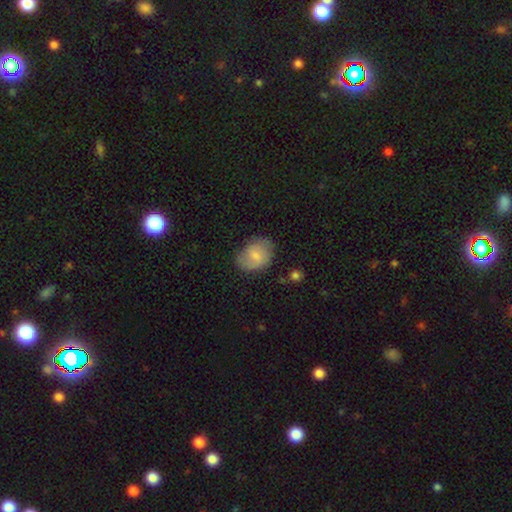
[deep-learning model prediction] Smooth or featured? smooth (59%)
How rounded? in between (57%)
Merging? none (67%)